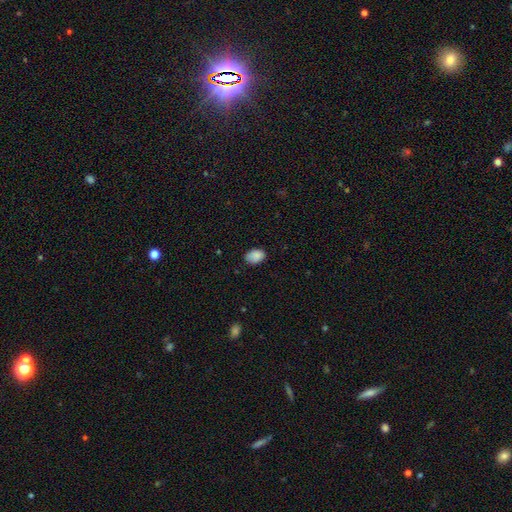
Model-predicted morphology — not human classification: smooth 87%, star or artifact 8%, featured or disk 4%. Down the decision tree: how rounded — in between (82%); merging — none (76%).